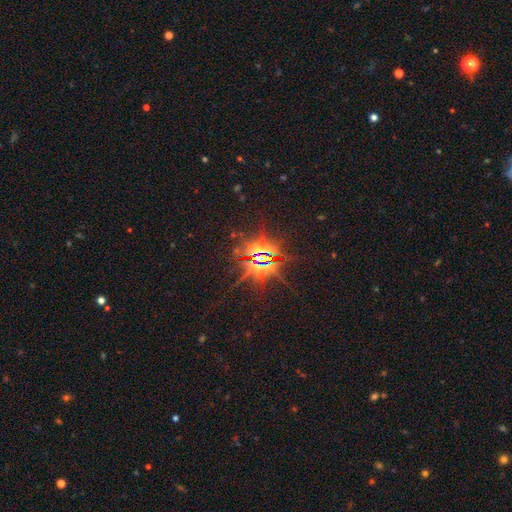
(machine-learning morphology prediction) This appears to be a star or artifact, not a galaxy (85%).